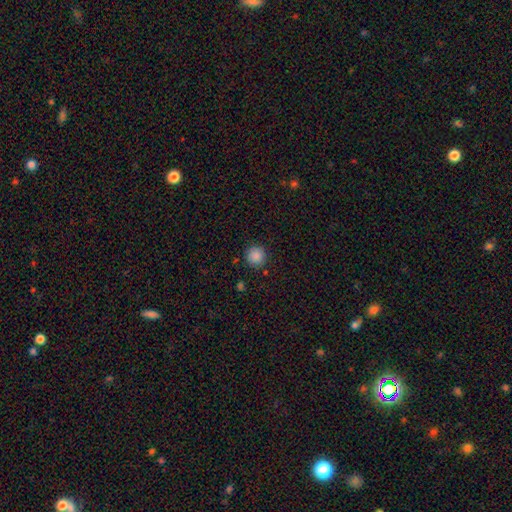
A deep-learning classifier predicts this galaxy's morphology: The model was most divided on "smooth or featured": smooth: 87%, star or artifact: 10%, featured or disk: 3%. More confident: how rounded — round (94%); merging — none (89%).